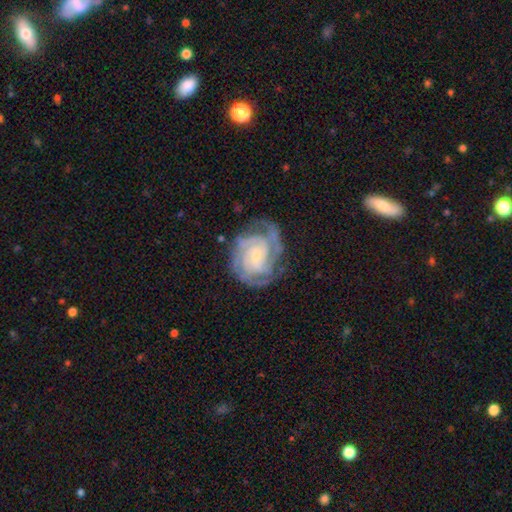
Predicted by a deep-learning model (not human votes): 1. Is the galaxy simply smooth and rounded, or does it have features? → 89% featured or disk, 6% smooth, 5% star or artifact.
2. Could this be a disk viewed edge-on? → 98% no, 2% yes.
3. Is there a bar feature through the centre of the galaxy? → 57% no, 34% weak, 9% strong.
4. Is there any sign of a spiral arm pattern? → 97% yes, 3% no.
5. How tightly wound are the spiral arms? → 72% tight, 24% medium, 4% loose.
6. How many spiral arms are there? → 28% 3, 22% can't tell, 20% 2, 18% 4, 6% more than 4, 6% 1.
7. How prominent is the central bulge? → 73% small, 22% moderate, 3% none, 2% large, 1% dominant.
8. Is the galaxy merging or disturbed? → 68% none, 20% minor disturbance, 10% major disturbance, 2% merger.